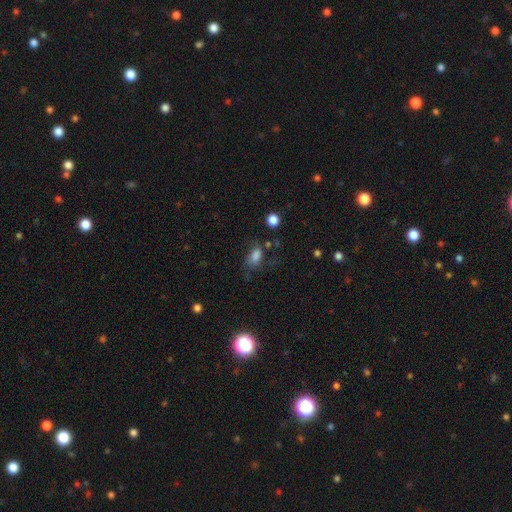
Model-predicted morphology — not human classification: Smooth or featured: smooth — 71% (featured or disk — 16%)
How rounded: in between — 82% (round — 14%)
Merging: none — 43% (major disturbance — 27%)